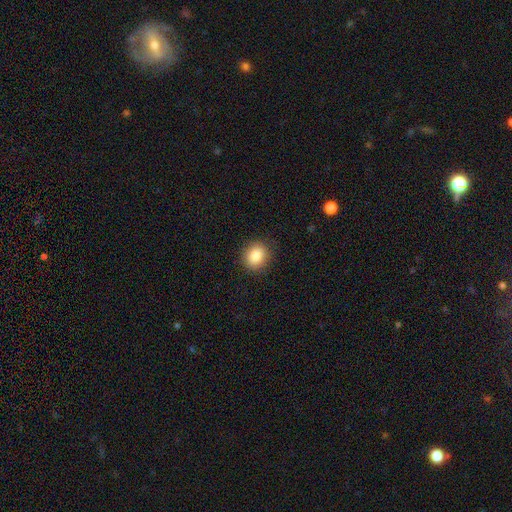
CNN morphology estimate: Smooth or featured? Predicted: smooth (p=0.86). How rounded? Predicted: round (p=0.70). Merging? Predicted: none (p=0.89).